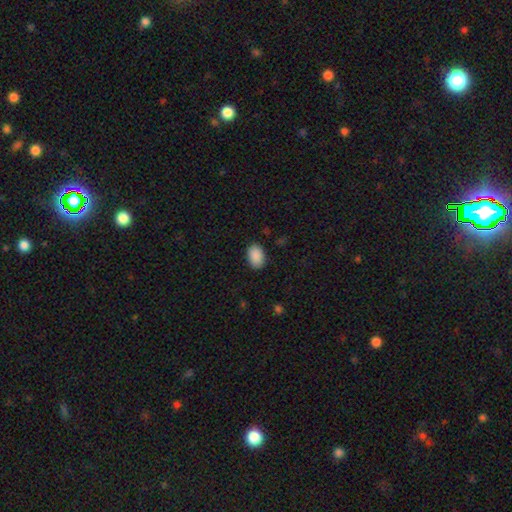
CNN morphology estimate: A smooth galaxy with no disk features (90%) that is in between round and cigar-shaped (86%). Merging: none (87%).